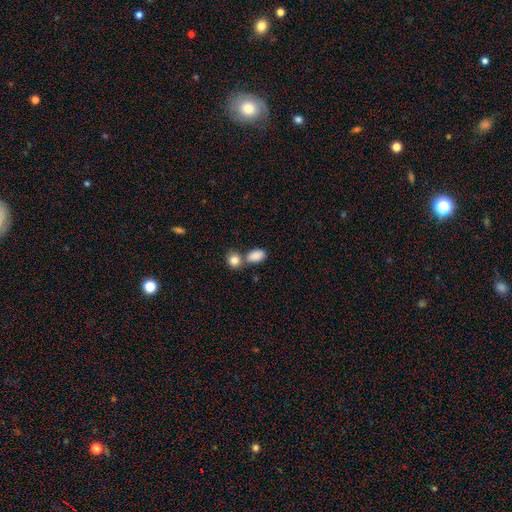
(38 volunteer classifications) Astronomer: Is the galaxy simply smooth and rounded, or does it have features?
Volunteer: smooth — 84%.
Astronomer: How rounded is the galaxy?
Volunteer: in between — 91%.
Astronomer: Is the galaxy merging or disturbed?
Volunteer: none — 39%, tied with merger at 39%.